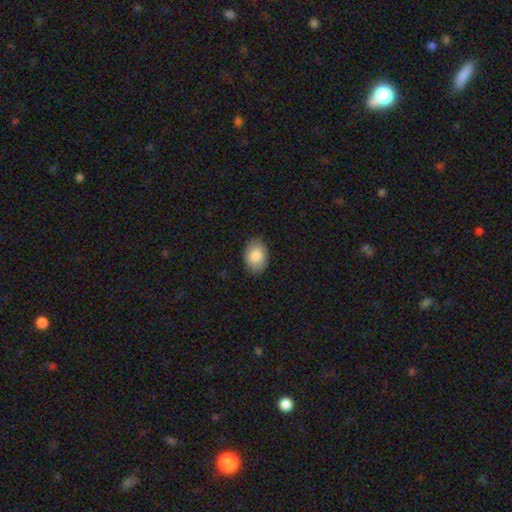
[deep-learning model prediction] Smooth or featured?
  - smooth: 86% *
  - featured or disk: 7%
  - star or artifact: 7%
How rounded?
  - in between: 82% *
  - round: 17%
  - cigar-shaped: 1%
Merging?
  - none: 87% *
  - minor disturbance: 10%
  - major disturbance: 2%
  - merger: 1%